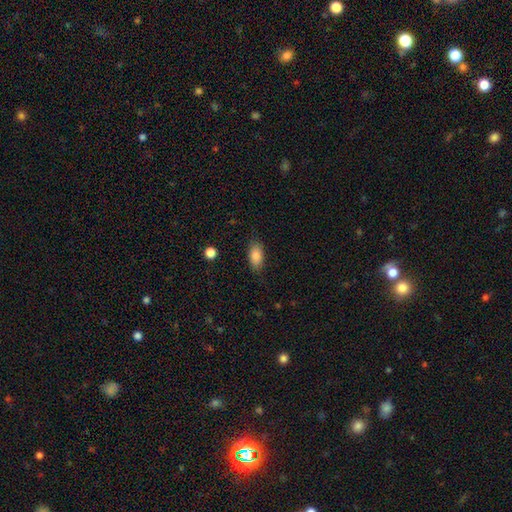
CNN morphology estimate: smooth-or-featured: smooth: 85% | featured or disk: 8% | star or artifact: 8%
  how-rounded: in between: 90% | cigar-shaped: 6% | round: 4%
  merging: none: 83% | minor disturbance: 13% | major disturbance: 3% | merger: 1%